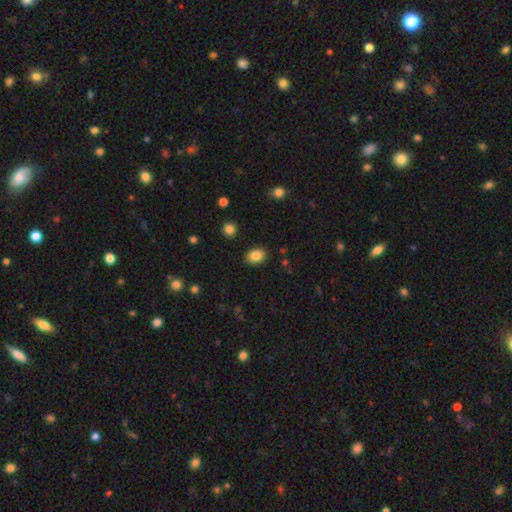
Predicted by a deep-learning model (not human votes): Smooth or featured: smooth — 84% (star or artifact — 9%)
How rounded: in between — 65% (round — 34%)
Merging: none — 88% (minor disturbance — 9%)